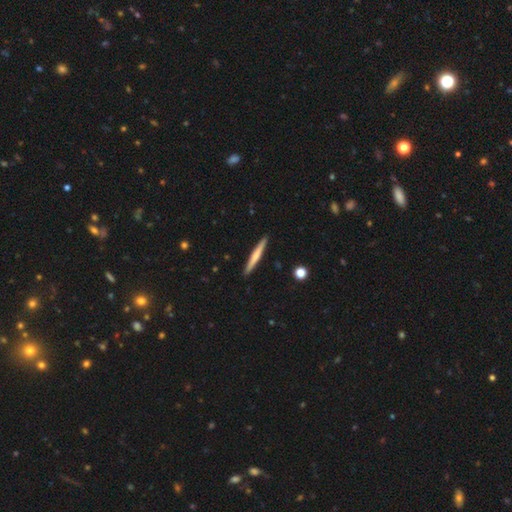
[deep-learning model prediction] Q: Smooth or featured?
A: smooth (54%); runner-up: featured or disk (41%)
Q: How rounded?
A: cigar-shaped (96%); runner-up: in between (3%)
Q: Merging?
A: none (92%); runner-up: minor disturbance (6%)